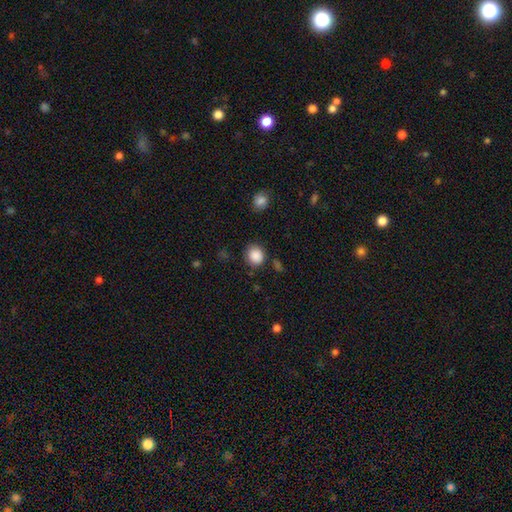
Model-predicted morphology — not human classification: type=smooth (88%); roundness=round (81%); merging=none (82%).